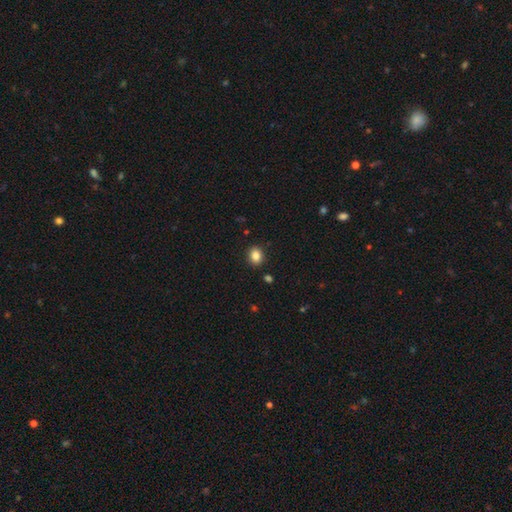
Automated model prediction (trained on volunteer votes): Morphology: type=smooth (85%); roundness=round (56%); merging=none (89%).